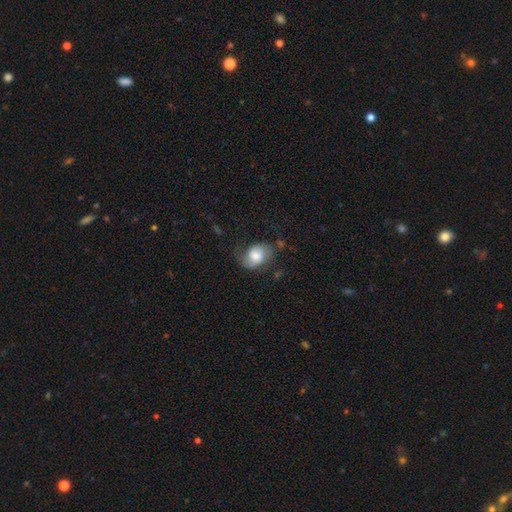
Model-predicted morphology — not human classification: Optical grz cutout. It shows a smooth galaxy with no disk features (54%) that is in between round and cigar-shaped (69%). Merging: none (54%).